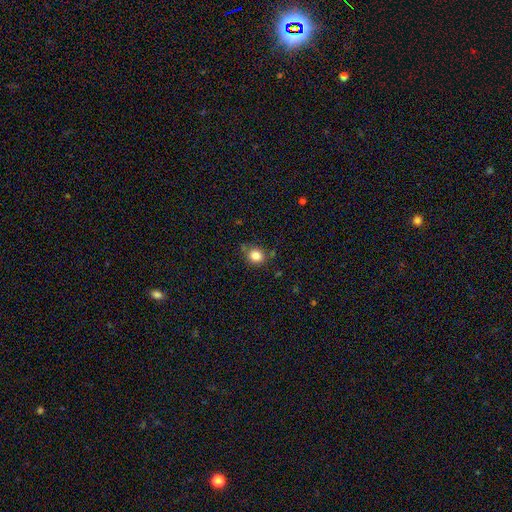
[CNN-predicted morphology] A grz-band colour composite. It shows a smooth galaxy with no disk features (84%) that is round (79%). Merging: none (75%).